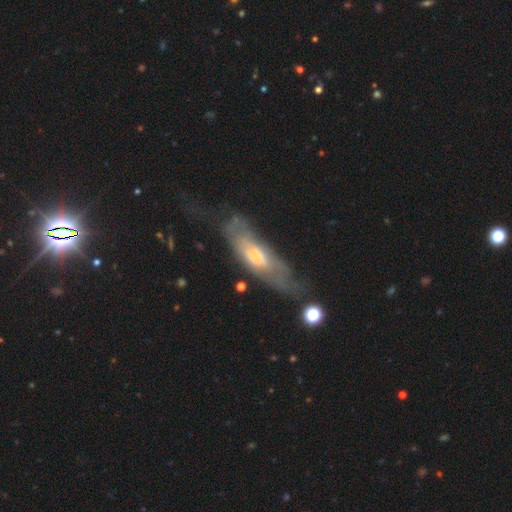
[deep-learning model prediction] A featured or disk galaxy (52%). Merging: none (44%).